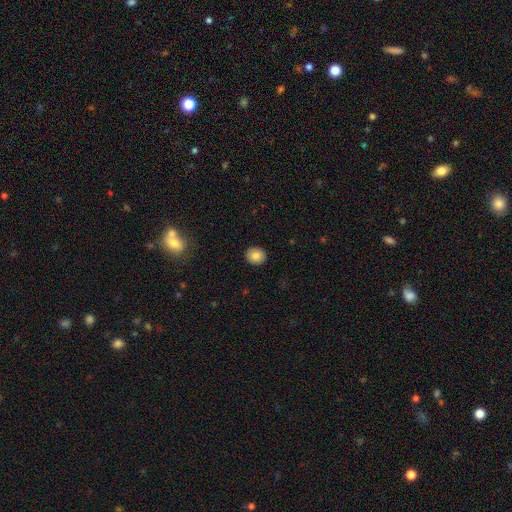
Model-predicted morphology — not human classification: Smooth or featured? Predicted: smooth (p=0.82). How rounded? Predicted: round (p=0.76). Merging? Predicted: none (p=0.91).